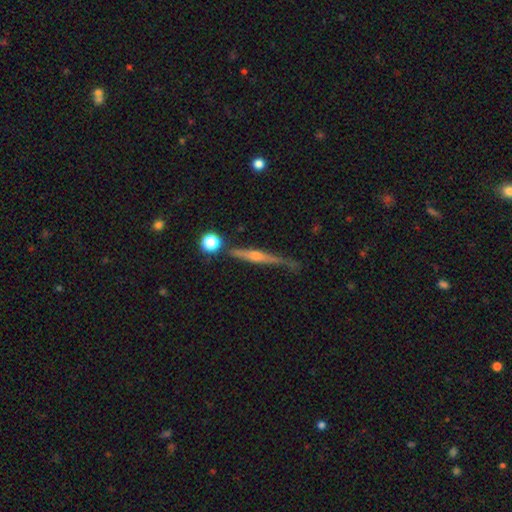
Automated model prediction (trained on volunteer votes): A featured or disk galaxy (76%) viewed edge-on (96%) with a rounded central bulge (82%). Merging: none (79%).